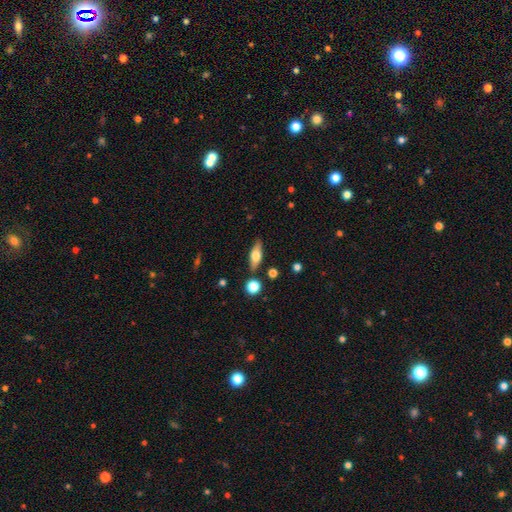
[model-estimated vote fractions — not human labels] Morphology: type=smooth (50%); merging=none (82%).